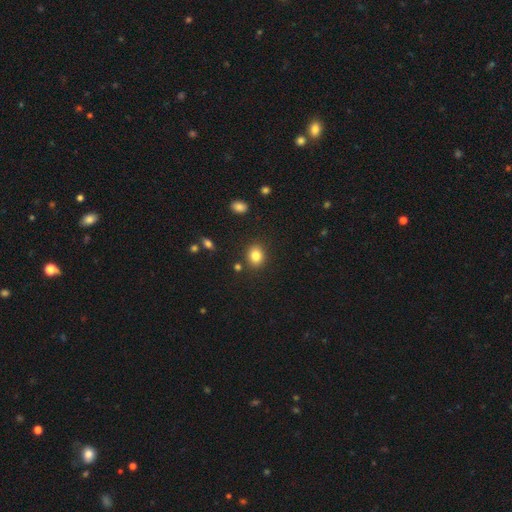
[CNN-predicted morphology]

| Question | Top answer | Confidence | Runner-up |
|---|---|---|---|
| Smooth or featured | smooth | 83% | star or artifact (10%) |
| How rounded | round | 62% | in between (37%) |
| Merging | none | 86% | minor disturbance (8%) |